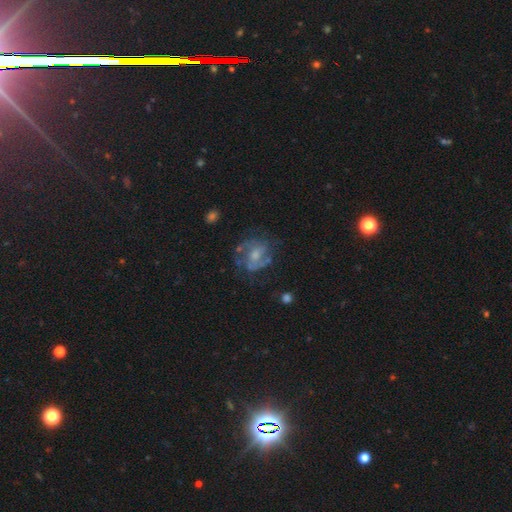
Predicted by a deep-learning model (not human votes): Morphology: type=featured or disk (69%); edge-on=no (97%); bar=no (55%); spiral arms=yes (75%); winding=medium (47%); arm count=2 (50%); bulge=moderate (48%); merging=none (57%).